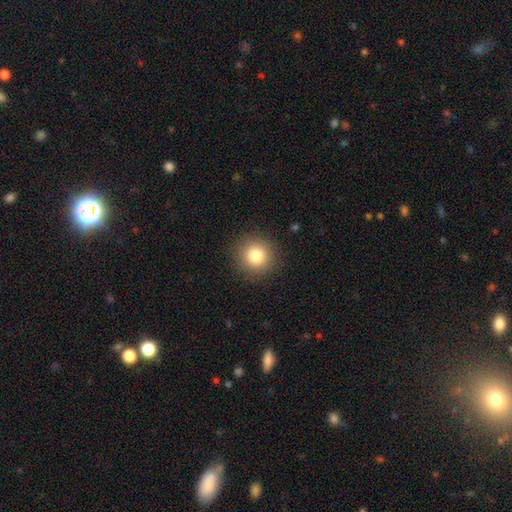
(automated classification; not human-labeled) The model was most divided on "smooth or featured": smooth: 81%, star or artifact: 11%, featured or disk: 7%. More confident: how rounded — round (94%); merging — none (90%).